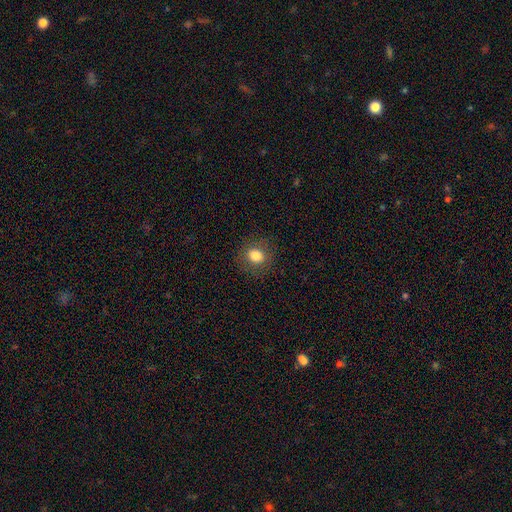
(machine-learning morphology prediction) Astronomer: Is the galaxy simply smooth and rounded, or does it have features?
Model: smooth — 81%.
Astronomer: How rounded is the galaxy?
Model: round — 70%.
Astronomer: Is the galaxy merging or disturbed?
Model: none — 87%.